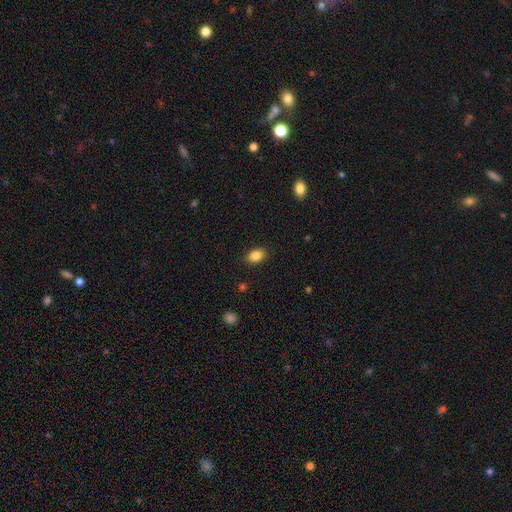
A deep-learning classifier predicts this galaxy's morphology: The model was most divided on "how rounded": in between: 82%, round: 16%, cigar-shaped: 1%. More confident: merging — none (88%); smooth or featured — smooth (86%).